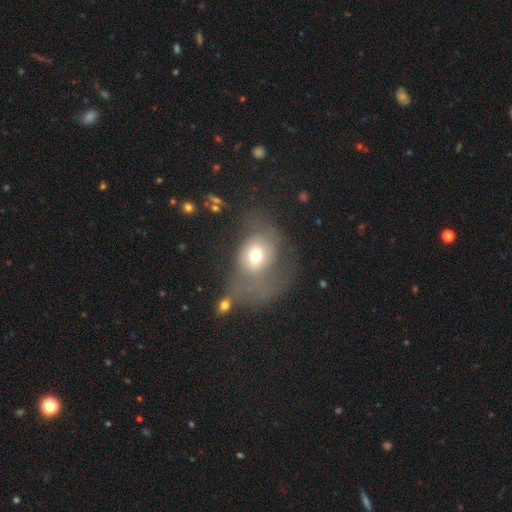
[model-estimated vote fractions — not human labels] Smooth or featured?
  - smooth: 59% *
  - featured or disk: 30%
  - star or artifact: 11%
How rounded?
  - in between: 59% *
  - round: 39%
  - cigar-shaped: 2%
Merging?
  - major disturbance: 49% *
  - none: 22%
  - minor disturbance: 18%
  - merger: 11%